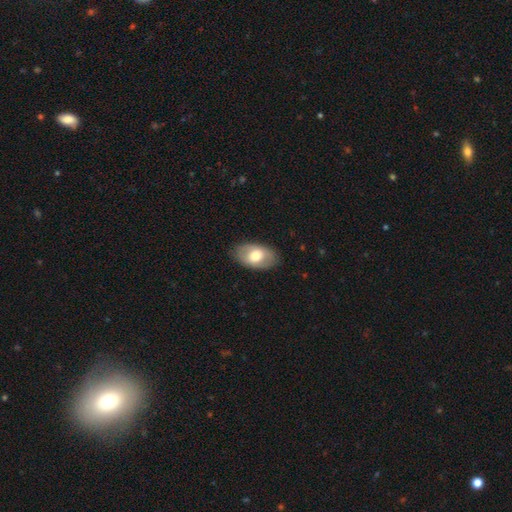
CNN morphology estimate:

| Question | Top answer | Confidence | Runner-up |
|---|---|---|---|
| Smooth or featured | smooth | 64% | featured or disk (30%) |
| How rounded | in between | 91% | round (7%) |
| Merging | none | 84% | minor disturbance (12%) |